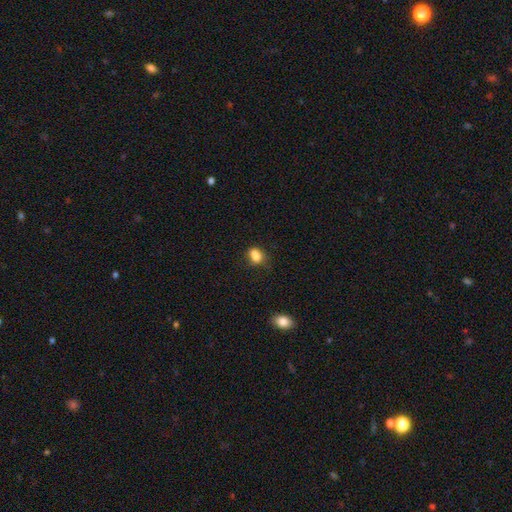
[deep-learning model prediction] smooth 81%, star or artifact 11%, featured or disk 8%. Down the decision tree: how rounded — in between (61%); merging — none (53%).